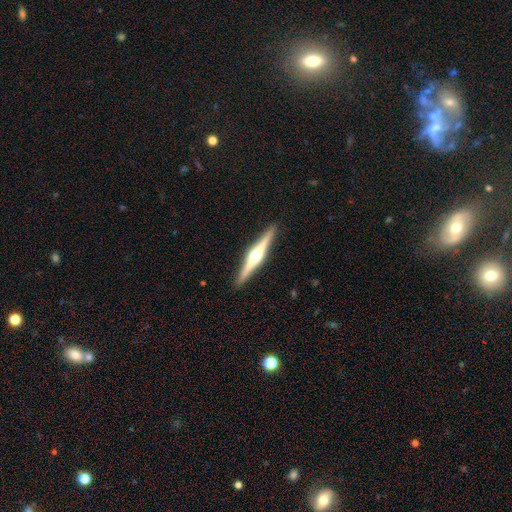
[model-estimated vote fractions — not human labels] smooth_or_featured: featured or disk (p=0.82) [alt: smooth p=0.14]
disk_edge_on: yes (p=0.98) [alt: no p=0.02]
edge_on_bulge: rounded (p=0.95) [alt: boxy p=0.03]
merging: none (p=0.92) [alt: minor disturbance p=0.06]